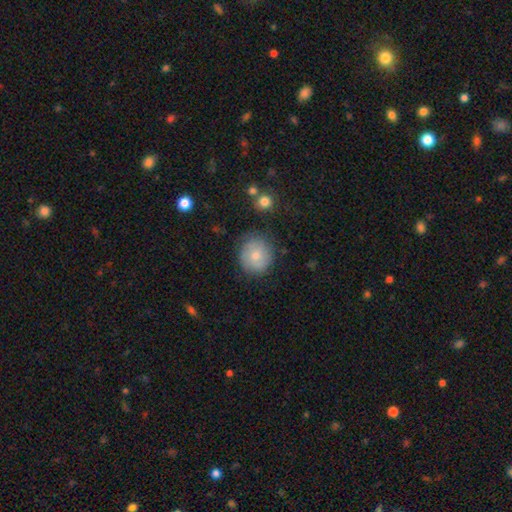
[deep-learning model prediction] This appears to be a smooth galaxy with no disk features (71%) that is round (86%). Merging: none (75%).